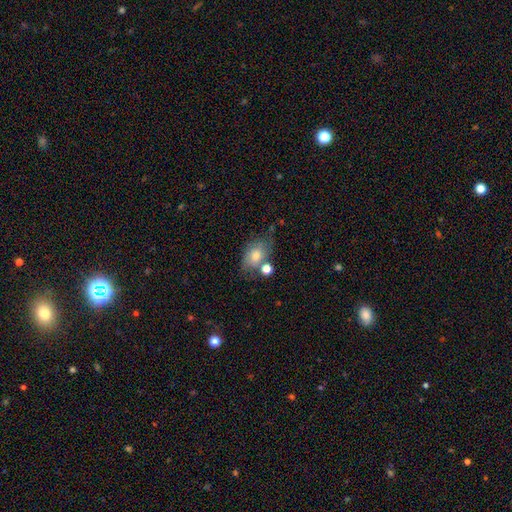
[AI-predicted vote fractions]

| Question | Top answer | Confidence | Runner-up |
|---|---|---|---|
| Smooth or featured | smooth | 70% | featured or disk (20%) |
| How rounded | in between | 80% | round (18%) |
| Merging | none | 52% | minor disturbance (22%) |